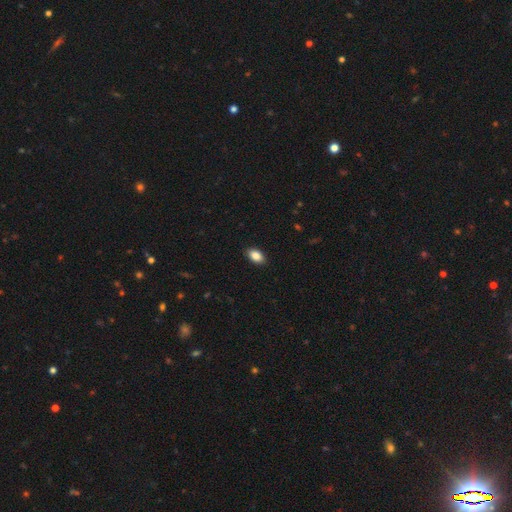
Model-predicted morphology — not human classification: The model was most divided on "smooth or featured": smooth: 88%, star or artifact: 8%, featured or disk: 4%. More confident: how rounded — in between (92%); merging — none (90%).